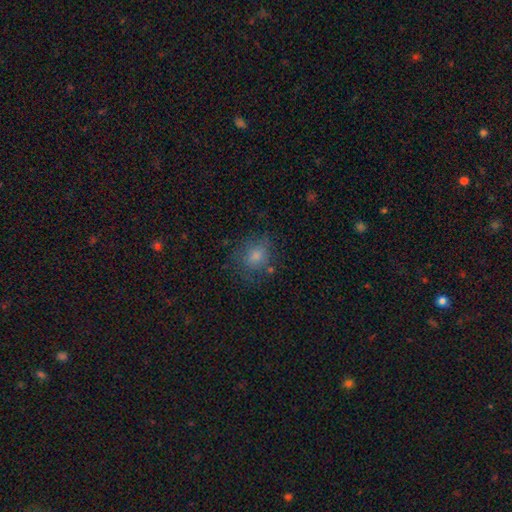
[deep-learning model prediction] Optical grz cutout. It shows a smooth galaxy with no disk features (71%) that is round (72%). Merging: none (73%).